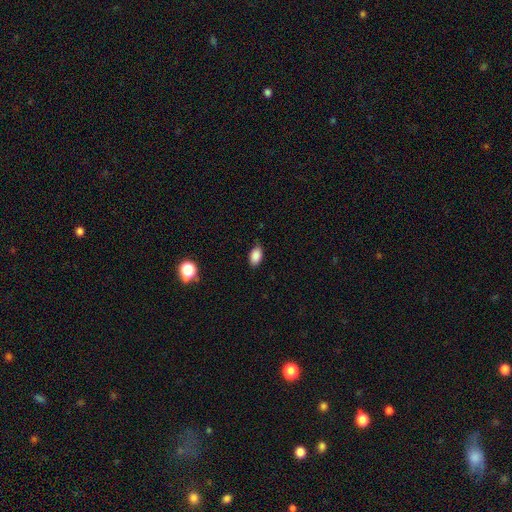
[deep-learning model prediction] Smooth or featured: smooth — 87% (star or artifact — 9%)
How rounded: in between — 91% (round — 7%)
Merging: none — 81% (minor disturbance — 15%)